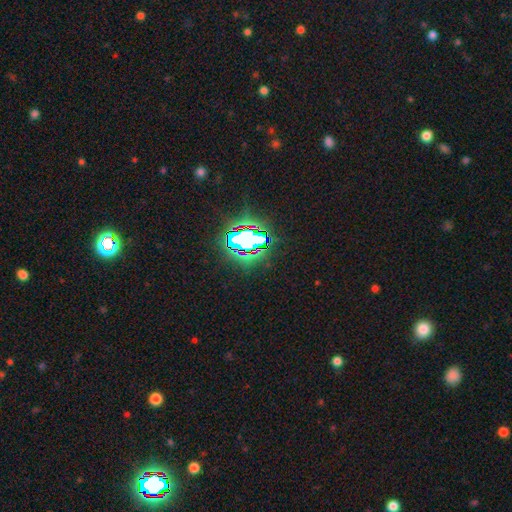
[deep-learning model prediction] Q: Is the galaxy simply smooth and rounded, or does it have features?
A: star or artifact — 84%.